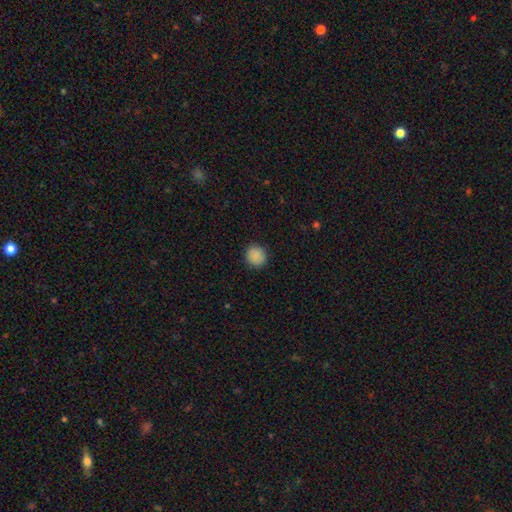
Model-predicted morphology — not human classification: Smooth or featured: smooth — 89% (star or artifact — 8%)
How rounded: round — 91% (in between — 9%)
Merging: none — 90% (minor disturbance — 7%)